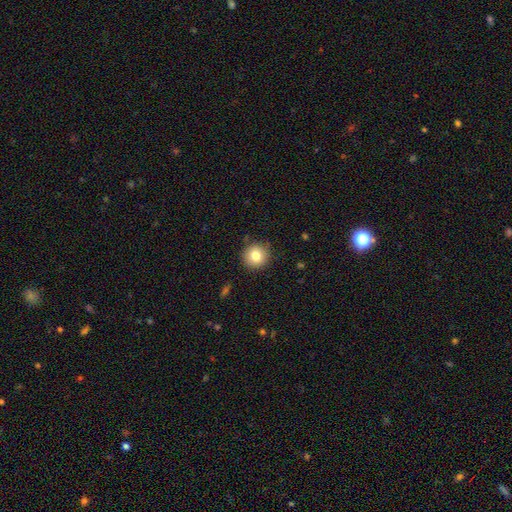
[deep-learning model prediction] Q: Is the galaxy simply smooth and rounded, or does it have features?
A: smooth — 81%.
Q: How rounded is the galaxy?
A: round — 93%.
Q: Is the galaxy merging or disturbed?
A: none — 89%.